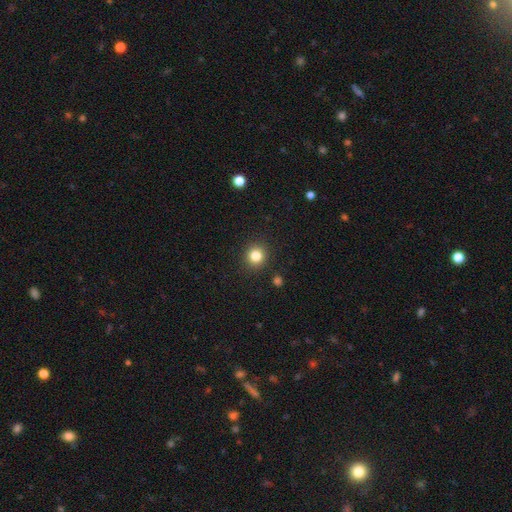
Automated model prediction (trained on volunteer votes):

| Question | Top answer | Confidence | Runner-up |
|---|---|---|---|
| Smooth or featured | smooth | 82% | star or artifact (12%) |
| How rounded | round | 90% | in between (9%) |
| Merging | none | 90% | minor disturbance (6%) |